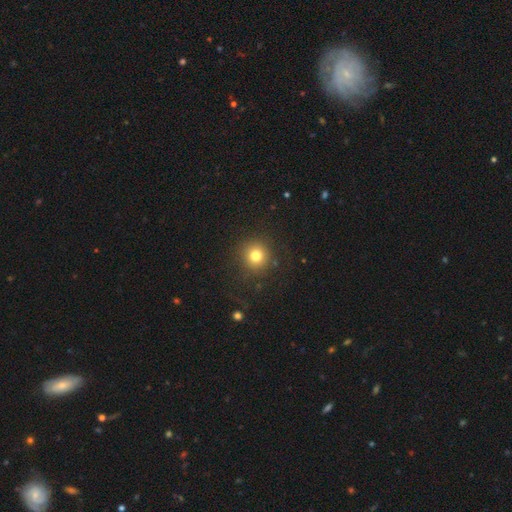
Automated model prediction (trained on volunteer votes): Smooth or featured? smooth (78%)
How rounded? round (93%)
Merging? none (88%)